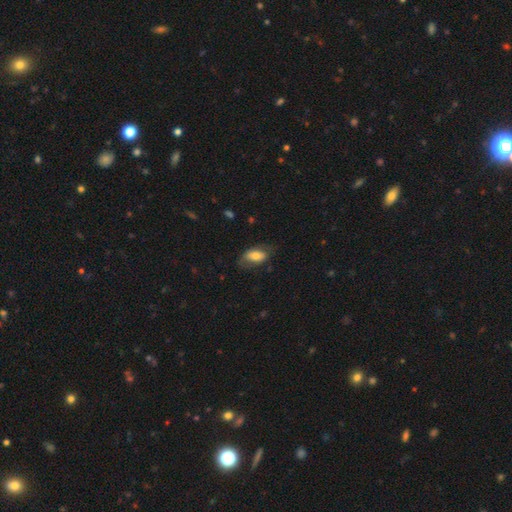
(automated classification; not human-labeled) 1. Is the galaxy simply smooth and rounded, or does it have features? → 64% smooth, 29% featured or disk, 7% star or artifact.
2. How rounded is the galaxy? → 91% in between, 5% round, 4% cigar-shaped.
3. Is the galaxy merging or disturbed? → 59% none, 25% minor disturbance, 14% major disturbance, 1% merger.